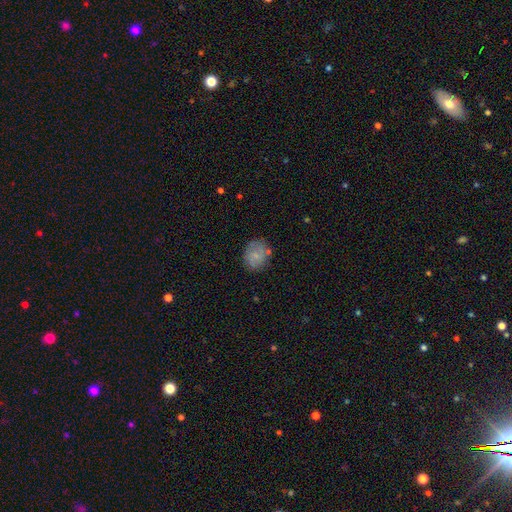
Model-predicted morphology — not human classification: The model was most divided on "how rounded": round: 62%, in between: 37%, cigar-shaped: 1%. More confident: merging — none (72%); smooth or featured — smooth (66%).